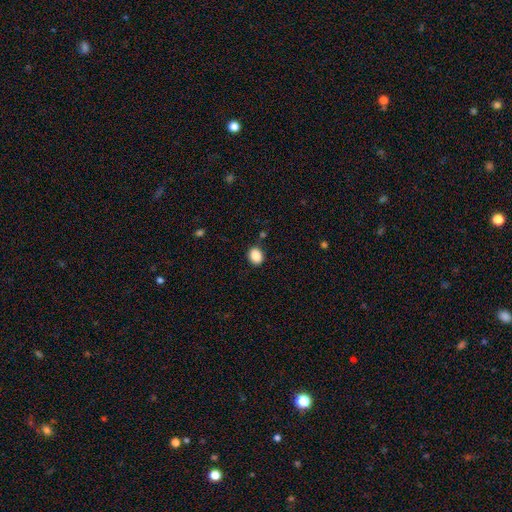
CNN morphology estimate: smooth 87%, star or artifact 9%, featured or disk 4%. Down the decision tree: how rounded — in between (51%); merging — none (87%).